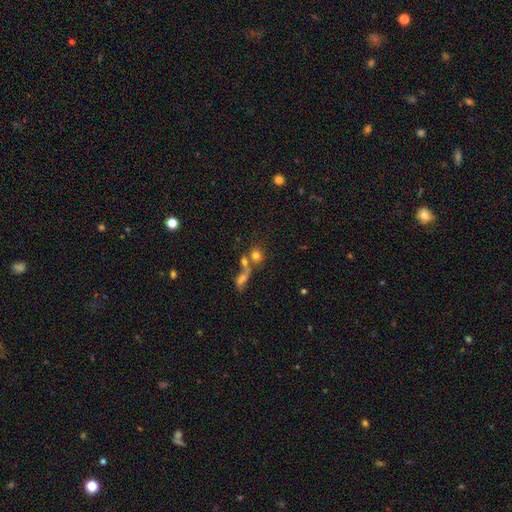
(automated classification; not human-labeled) smooth-or-featured: smooth: 74% | star or artifact: 13% | featured or disk: 13%
  how-rounded: round: 75% | in between: 22% | cigar-shaped: 3%
  merging: none: 43% | merger: 41% | minor disturbance: 9% | major disturbance: 7%